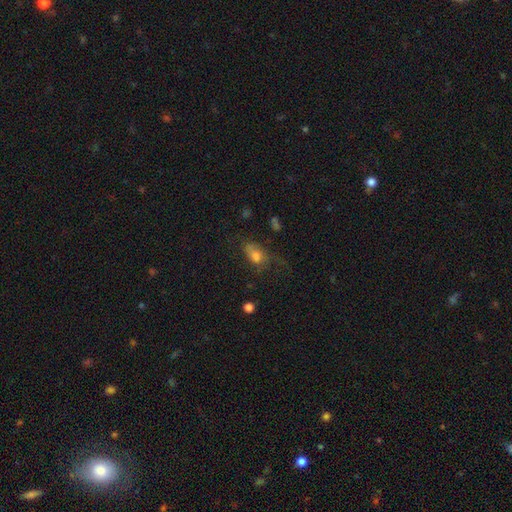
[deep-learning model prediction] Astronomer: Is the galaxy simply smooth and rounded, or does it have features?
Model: smooth — 65%.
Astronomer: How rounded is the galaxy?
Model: in between — 83%.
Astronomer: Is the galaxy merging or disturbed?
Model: none — 38% (runner-up: major disturbance, 33%).